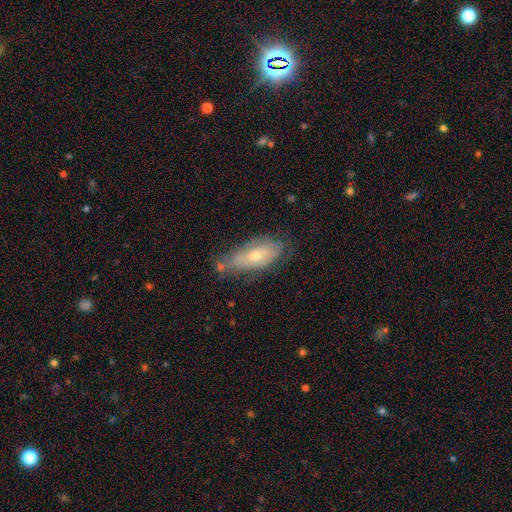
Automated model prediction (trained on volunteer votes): Smooth or featured: smooth — 49% (featured or disk — 43%)
Merging: none — 58% (minor disturbance — 29%)